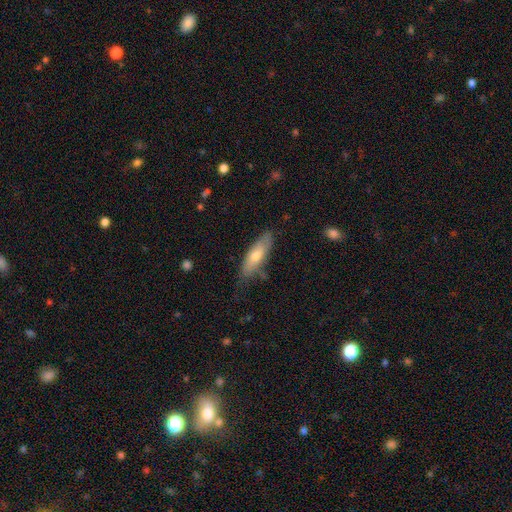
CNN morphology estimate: Overall: smooth (62%; featured or disk 32%). How rounded: cigar-shaped (53%; in between 45%). Merging: none (74%).